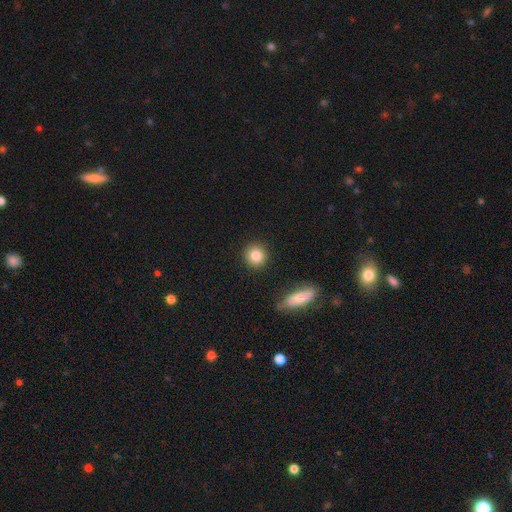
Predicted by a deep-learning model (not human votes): Smooth or featured? Predicted: smooth (p=0.84). How rounded? Predicted: round (p=0.89). Merging? Predicted: none (p=0.89).